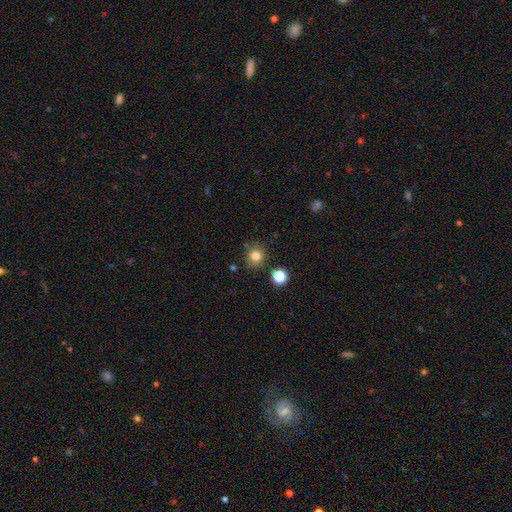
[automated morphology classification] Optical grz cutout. It shows a smooth galaxy with no disk features (80%) that is round (88%). Merging: none (84%).